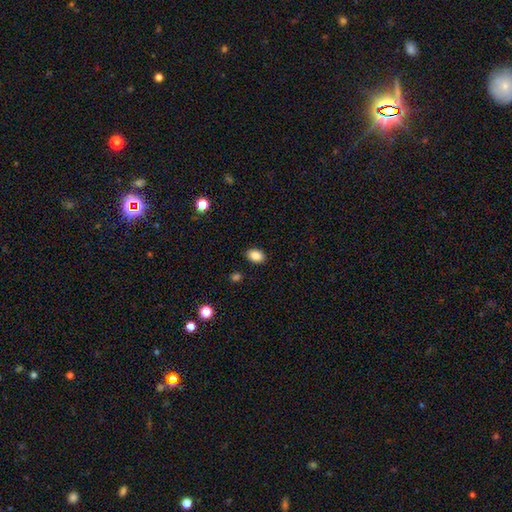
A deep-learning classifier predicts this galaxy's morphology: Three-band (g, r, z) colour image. It shows a smooth galaxy with no disk features (87%) that is in between round and cigar-shaped (80%). Merging: none (89%).